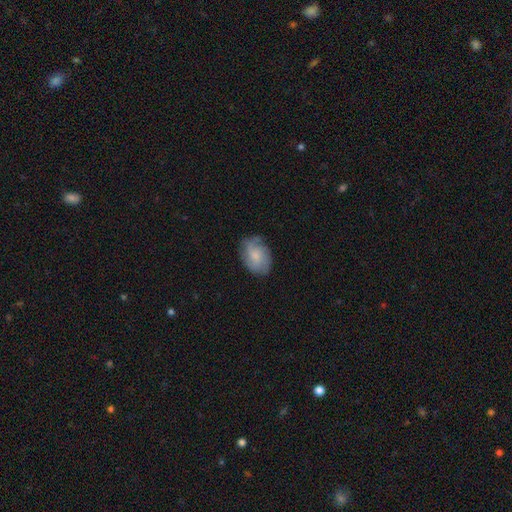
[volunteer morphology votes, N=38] This appears to be a smooth galaxy with no disk features (61%) that is in between round and cigar-shaped (87%). Merging: none (74%).